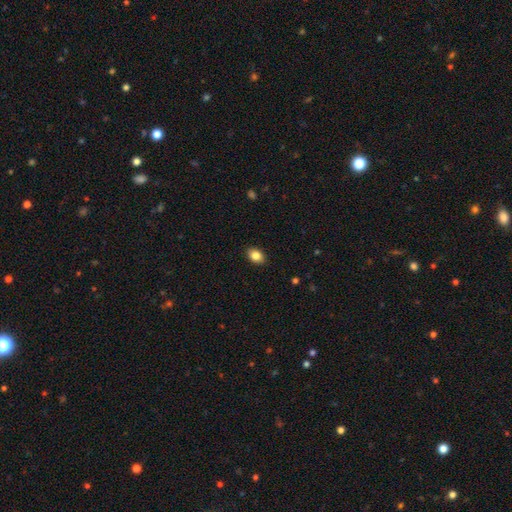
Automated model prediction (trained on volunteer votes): Q: Smooth or featured?
A: smooth (85%); runner-up: star or artifact (9%)
Q: How rounded?
A: in between (79%); runner-up: round (20%)
Q: Merging?
A: none (89%); runner-up: minor disturbance (8%)